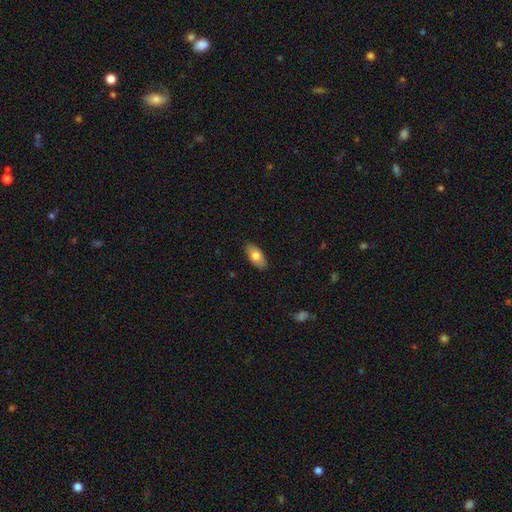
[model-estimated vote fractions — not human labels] Smooth or featured: smooth — 76% (featured or disk — 17%)
How rounded: in between — 92% (cigar-shaped — 5%)
Merging: none — 87% (minor disturbance — 10%)